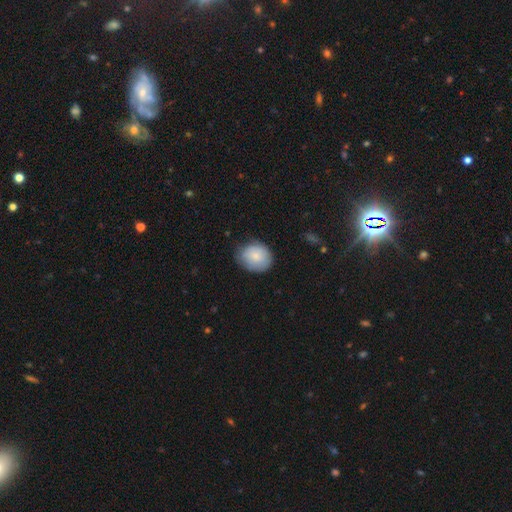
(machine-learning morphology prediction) This is likely a smooth galaxy (80%). How rounded: possibly round (60%). Merging: likely none (68%).